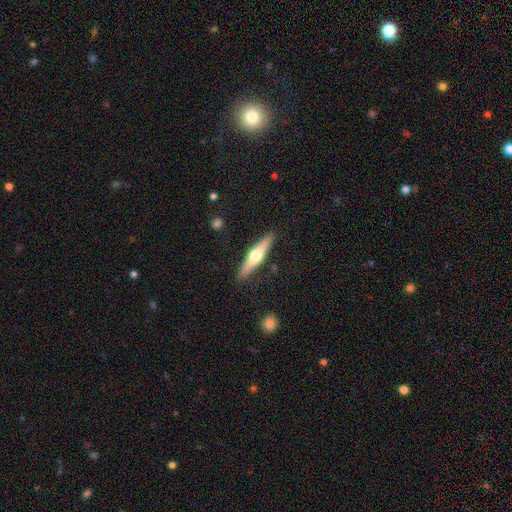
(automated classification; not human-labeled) smooth-or-featured: featured or disk: 59% | smooth: 36% | star or artifact: 5%
  disk-edge-on: yes: 96% | no: 4%
    edge-on-bulge: rounded: 92% | boxy: 4% | none: 3%
  merging: none: 89% | minor disturbance: 8% | major disturbance: 2% | merger: 1%